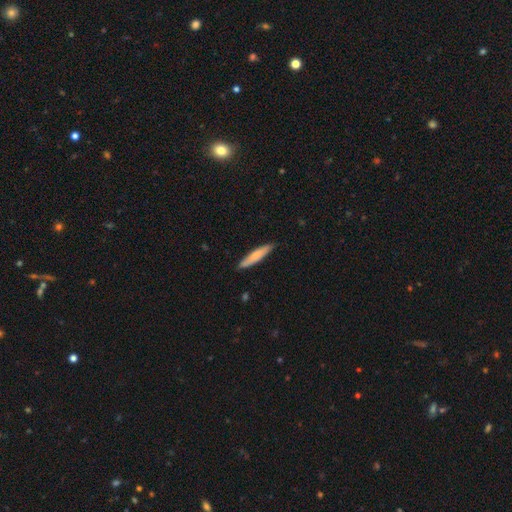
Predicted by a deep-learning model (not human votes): Smooth or featured: smooth — 72% (featured or disk — 23%)
How rounded: cigar-shaped — 88% (in between — 11%)
Merging: none — 87% (minor disturbance — 10%)